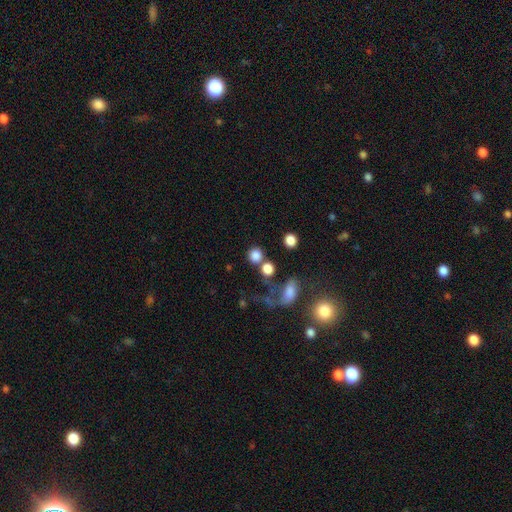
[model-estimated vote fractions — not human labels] Morphology: type=smooth (82%); roundness=round (89%); merging=none (66%).